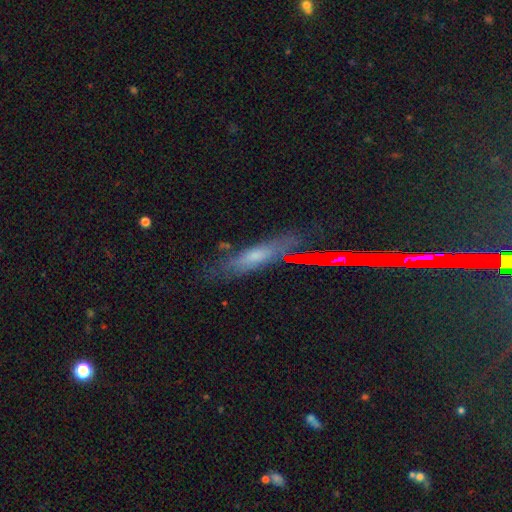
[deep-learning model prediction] Q: Smooth or featured?
A: smooth (47%); runner-up: featured or disk (34%)
Q: Merging?
A: none (70%); runner-up: minor disturbance (19%)